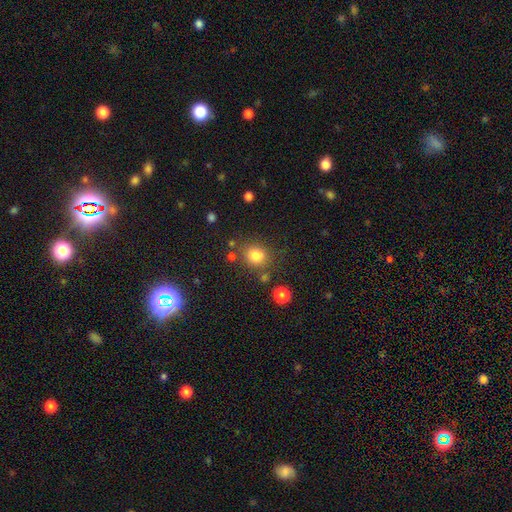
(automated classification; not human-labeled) Smooth or featured: smooth — 80% (star or artifact — 13%)
How rounded: round — 80% (in between — 19%)
Merging: none — 77% (minor disturbance — 11%)